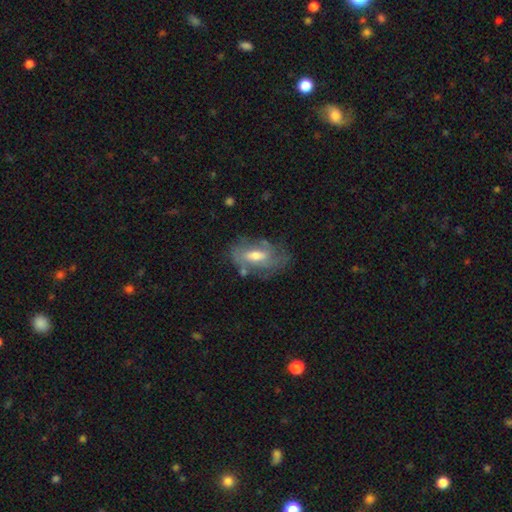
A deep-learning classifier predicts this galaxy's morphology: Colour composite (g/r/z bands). It shows a featured or disk galaxy (60%) with a weak bar (44%), spiral arms (64%) and a moderate central bulge (64%). Merging: none (59%).